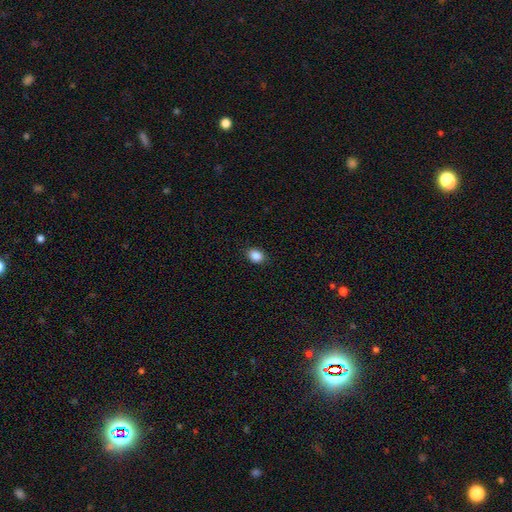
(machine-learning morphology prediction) Q: Smooth or featured?
A: smooth (87%); runner-up: star or artifact (9%)
Q: How rounded?
A: in between (57%); runner-up: round (42%)
Q: Merging?
A: none (90%); runner-up: minor disturbance (8%)